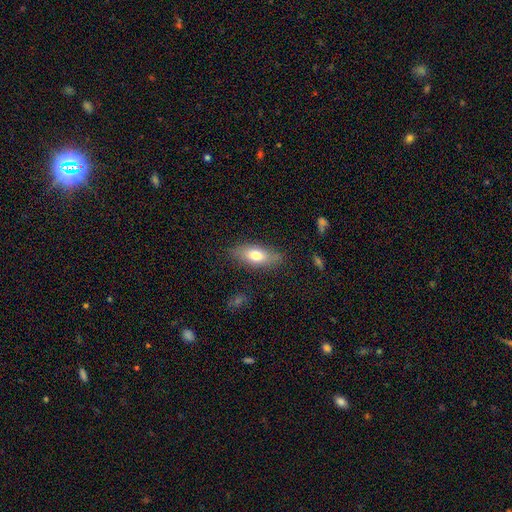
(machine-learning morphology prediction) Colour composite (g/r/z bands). It shows a smooth galaxy with no disk features (71%) that is in between round and cigar-shaped (76%). Merging: none (82%).